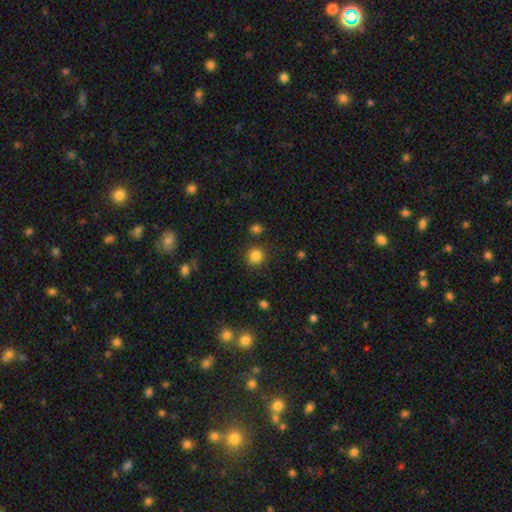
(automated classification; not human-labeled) Smooth or featured? Predicted: smooth (p=0.83). How rounded? Predicted: round (p=0.91). Merging? Predicted: none (p=0.86).